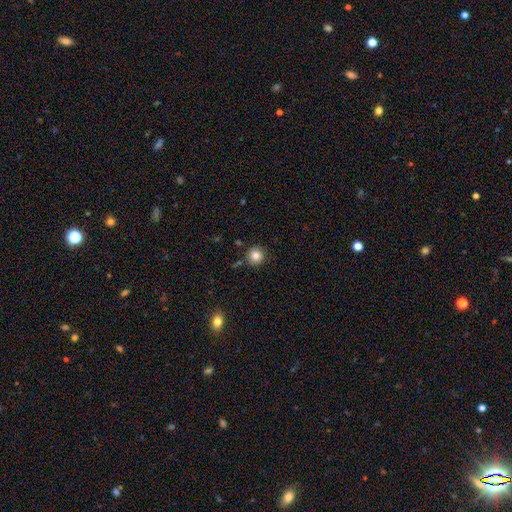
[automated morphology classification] Overall: smooth (83%). How rounded: round (94%). Merging: none (86%).